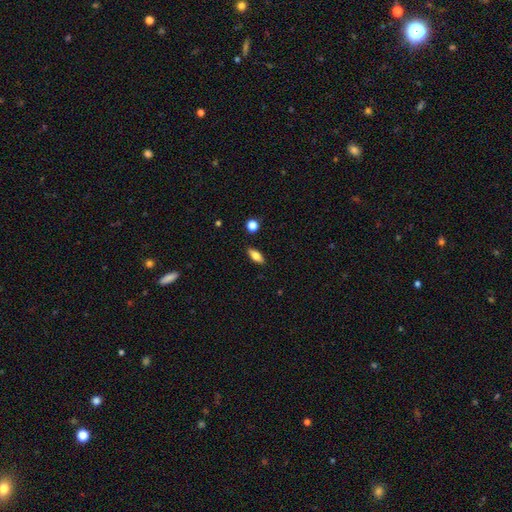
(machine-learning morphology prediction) A smooth galaxy with no disk features (70%) that is in between round and cigar-shaped (77%).

Vote fractions:
- Smooth or featured? smooth: 70% / featured or disk: 22% / star or artifact: 8%
- How rounded? in between: 77% / cigar-shaped: 20% / round: 4%
- Merging? none: 87% / minor disturbance: 9% / major disturbance: 2% / merger: 2%